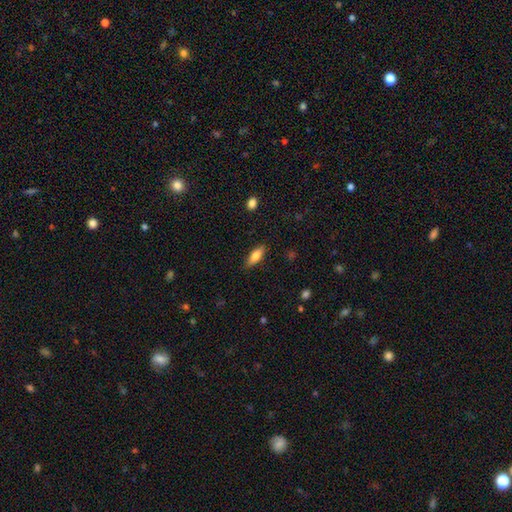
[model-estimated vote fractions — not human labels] Smooth or featured: smooth — 76% (featured or disk — 17%)
How rounded: in between — 60% (cigar-shaped — 38%)
Merging: none — 84% (minor disturbance — 12%)